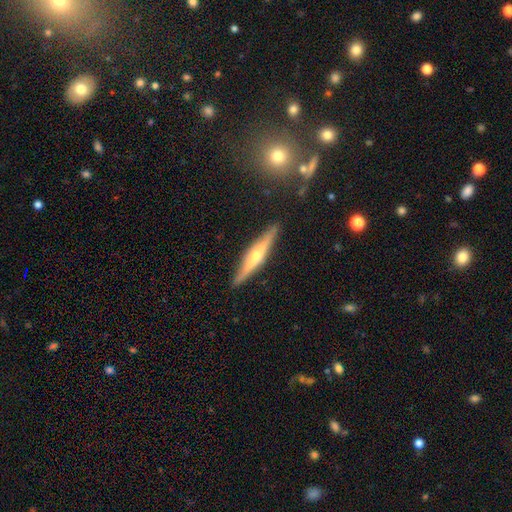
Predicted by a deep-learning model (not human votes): smooth_or_featured: featured or disk (p=0.72) [alt: smooth p=0.22]
disk_edge_on: yes (p=0.96) [alt: no p=0.04]
edge_on_bulge: rounded (p=0.88) [alt: none p=0.08]
merging: none (p=0.89) [alt: minor disturbance p=0.08]